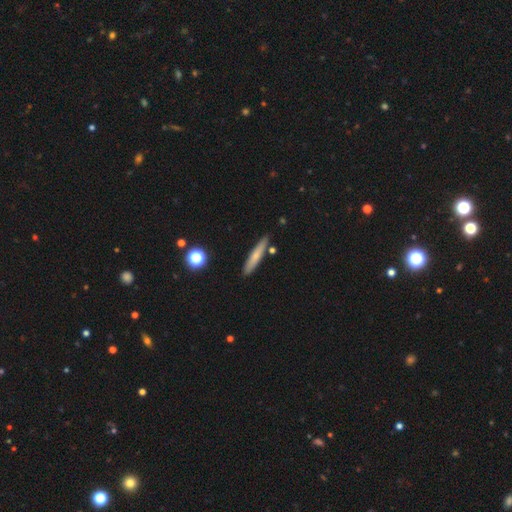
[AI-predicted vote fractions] Smooth or featured?
  - smooth: 66% *
  - featured or disk: 27%
  - star or artifact: 7%
How rounded?
  - cigar-shaped: 91% *
  - in between: 7%
  - round: 2%
Merging?
  - none: 85% *
  - minor disturbance: 9%
  - merger: 3%
  - major disturbance: 2%